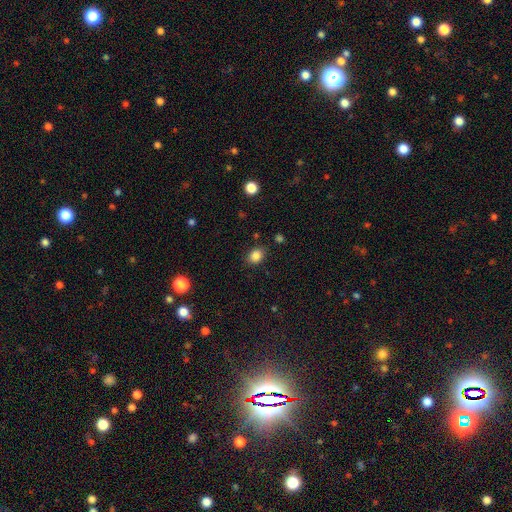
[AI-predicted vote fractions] Q: Smooth or featured?
A: smooth (85%); runner-up: star or artifact (11%)
Q: How rounded?
A: in between (56%); runner-up: round (43%)
Q: Merging?
A: none (83%); runner-up: minor disturbance (12%)